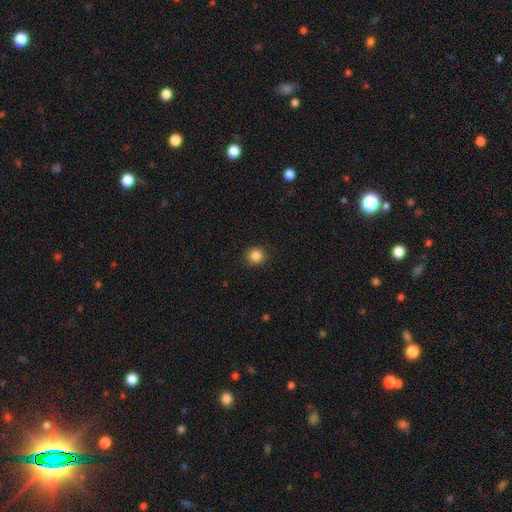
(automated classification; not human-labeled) smooth 85%, star or artifact 11%, featured or disk 4%. Down the decision tree: how rounded — round (91%); merging — none (92%).